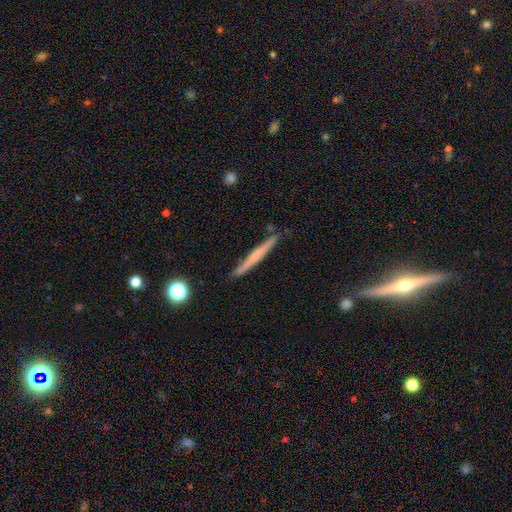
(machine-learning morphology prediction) smooth_or_featured: smooth (p=0.48) [alt: featured or disk p=0.46]
merging: none (p=0.86) [alt: minor disturbance p=0.10]